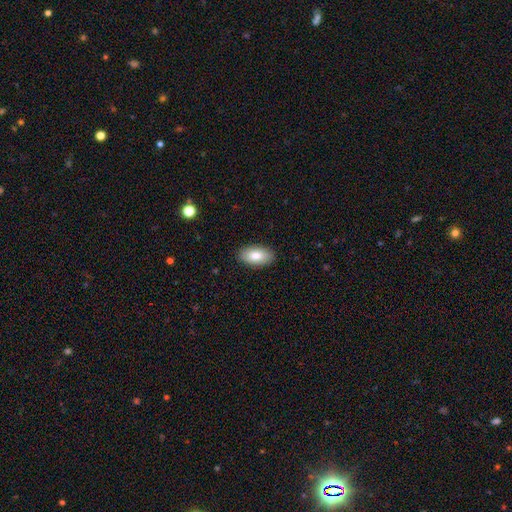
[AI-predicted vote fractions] The model was most divided on "smooth or featured": smooth: 82%, featured or disk: 11%, star or artifact: 6%. More confident: how rounded — in between (94%); merging — none (89%).